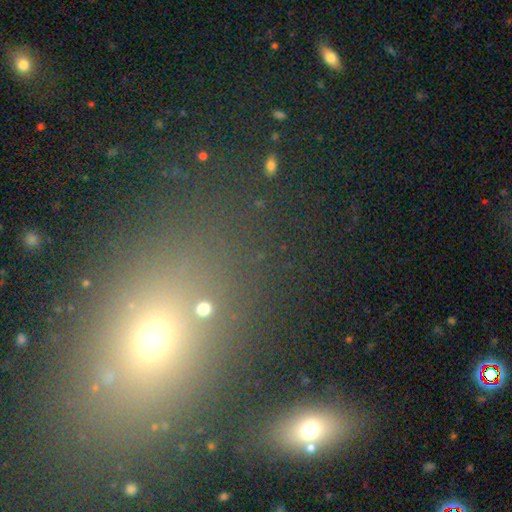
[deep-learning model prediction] smooth_or_featured: smooth (p=0.47) [alt: star or artifact p=0.41]
merging: none (p=0.76) [alt: minor disturbance p=0.09]